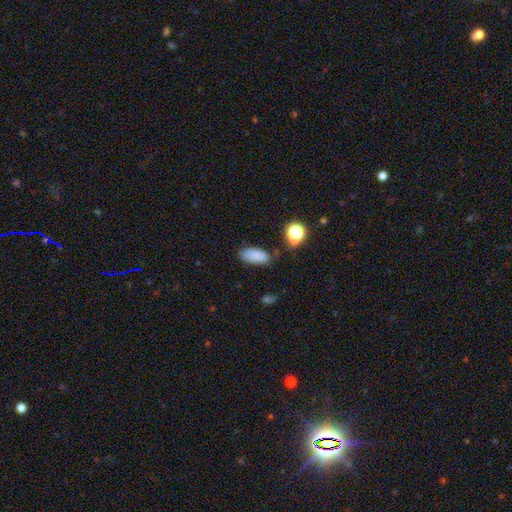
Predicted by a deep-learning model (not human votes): Smooth or featured? smooth (82%)
How rounded? in between (89%)
Merging? none (73%)